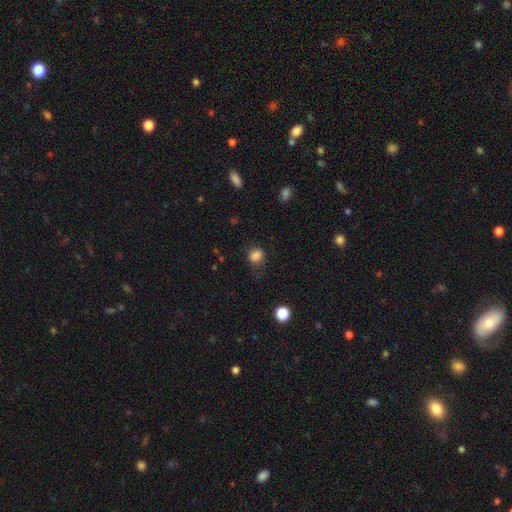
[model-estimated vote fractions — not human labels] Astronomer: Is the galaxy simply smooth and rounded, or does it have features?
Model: smooth — 84%.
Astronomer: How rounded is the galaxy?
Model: round — 67%.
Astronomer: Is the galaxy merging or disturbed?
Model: none — 70%.